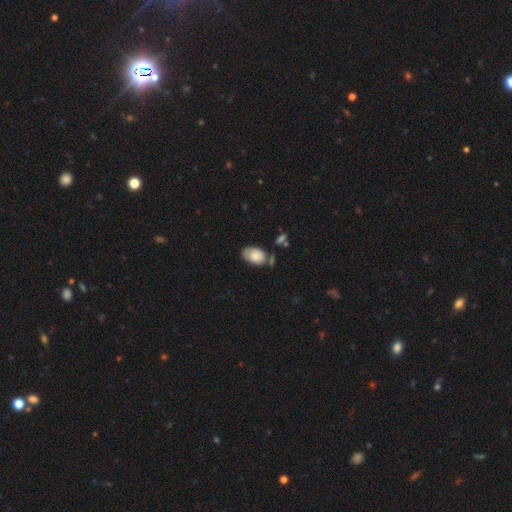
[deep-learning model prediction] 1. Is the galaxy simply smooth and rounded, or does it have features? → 75% smooth, 18% featured or disk, 7% star or artifact.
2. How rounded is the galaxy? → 89% in between, 9% round, 1% cigar-shaped.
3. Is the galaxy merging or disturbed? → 51% none, 29% minor disturbance, 11% merger, 9% major disturbance.